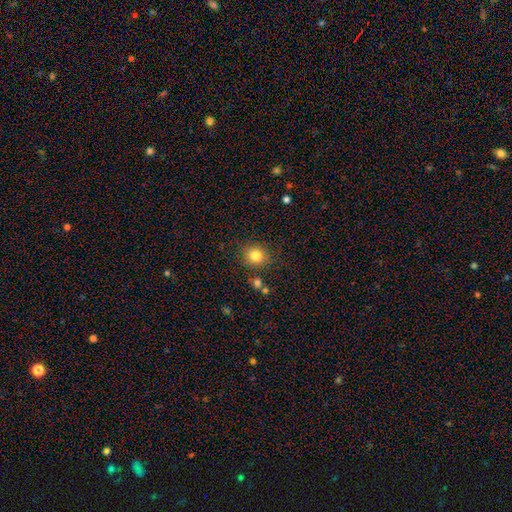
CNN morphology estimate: type=smooth (82%); roundness=round (82%); merging=none (83%).